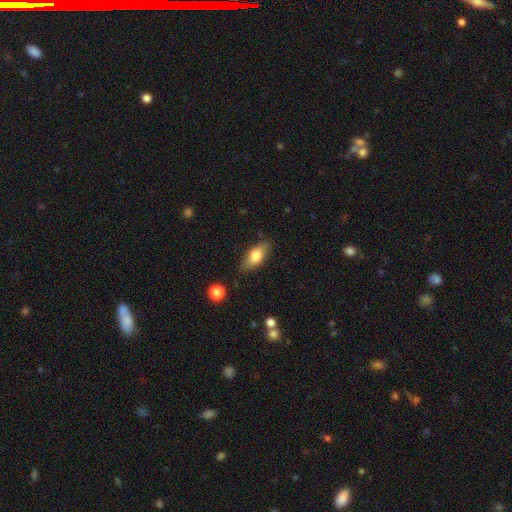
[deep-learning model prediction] Q: Smooth or featured?
A: smooth (76%); runner-up: featured or disk (17%)
Q: How rounded?
A: in between (82%); runner-up: cigar-shaped (14%)
Q: Merging?
A: none (80%); runner-up: minor disturbance (15%)